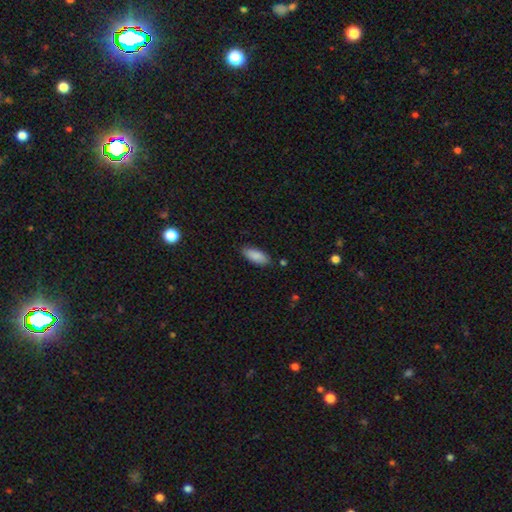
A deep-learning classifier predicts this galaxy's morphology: This is clearly a smooth galaxy (88%). How rounded: clearly in between (83%). Merging: clearly none (83%).